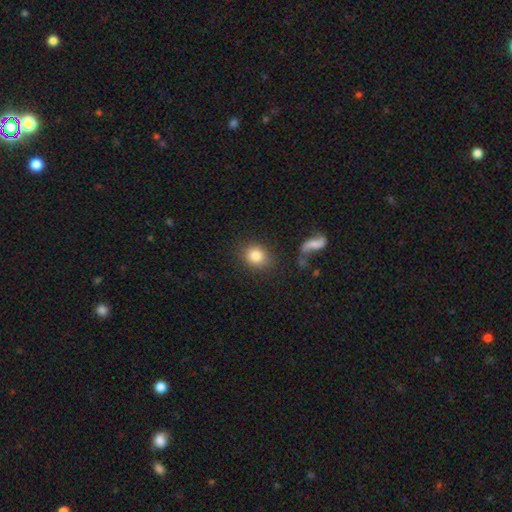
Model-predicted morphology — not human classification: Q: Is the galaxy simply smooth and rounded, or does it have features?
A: smooth — 84%.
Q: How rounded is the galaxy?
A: round — 74%.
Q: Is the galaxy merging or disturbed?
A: none — 81%.